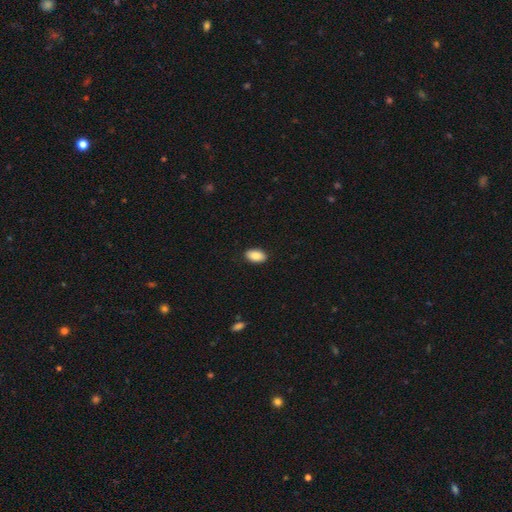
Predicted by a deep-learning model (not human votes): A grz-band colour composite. It shows a smooth galaxy with no disk features (89%) that is in between round and cigar-shaped (93%). Merging: none (90%).